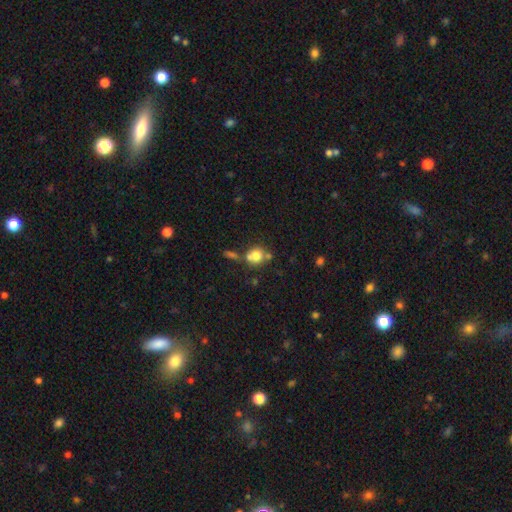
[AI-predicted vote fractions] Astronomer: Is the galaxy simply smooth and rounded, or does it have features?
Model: smooth — 75%.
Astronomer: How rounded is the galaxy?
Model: round — 78%.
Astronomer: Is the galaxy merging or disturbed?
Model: none — 51% (runner-up: merger, 30%).